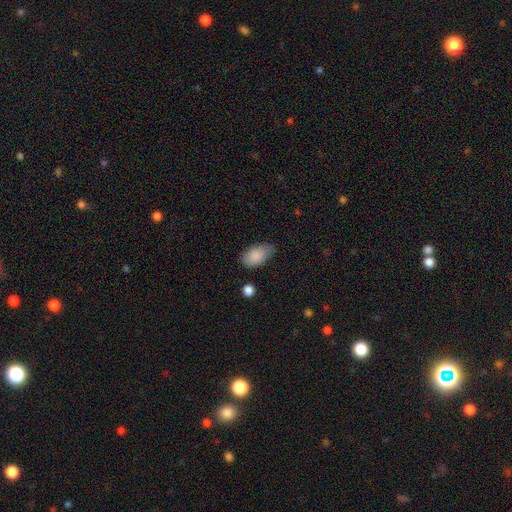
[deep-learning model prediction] Q: Smooth or featured?
A: smooth (87%); runner-up: star or artifact (7%)
Q: How rounded?
A: in between (93%); runner-up: round (6%)
Q: Merging?
A: none (67%); runner-up: minor disturbance (26%)